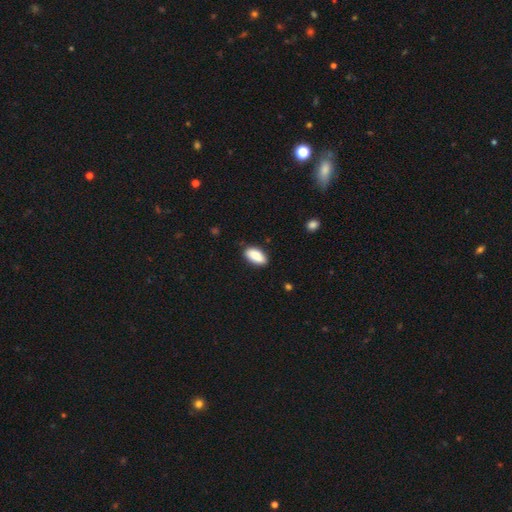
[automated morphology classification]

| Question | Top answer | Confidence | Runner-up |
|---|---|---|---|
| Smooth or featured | smooth | 90% | star or artifact (6%) |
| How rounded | in between | 94% | cigar-shaped (4%) |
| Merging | none | 83% | minor disturbance (13%) |